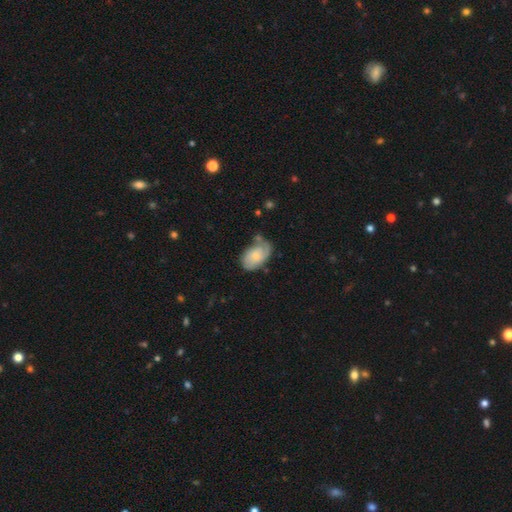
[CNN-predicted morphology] featured or disk 48%, smooth 45%, star or artifact 7%. Down the decision tree: merging — none (46%).